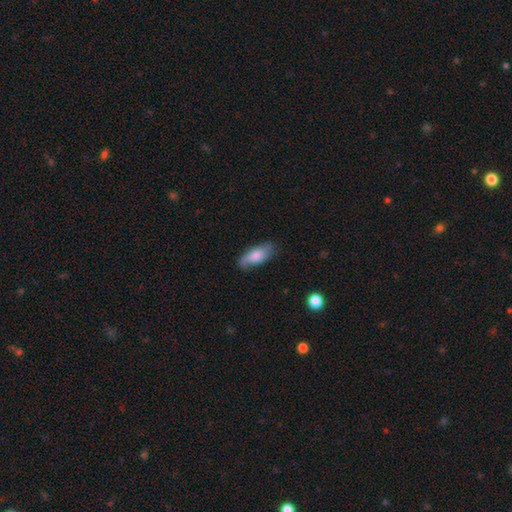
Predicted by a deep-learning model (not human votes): Smooth or featured? Predicted: smooth (p=0.70). How rounded? Predicted: in between (p=0.83). Merging? Predicted: none (p=0.71).